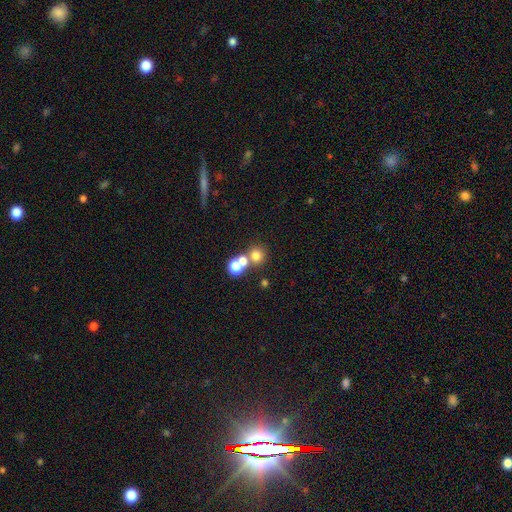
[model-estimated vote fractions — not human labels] Smooth or featured: smooth — 71% (star or artifact — 18%)
How rounded: round — 84% (in between — 15%)
Merging: none — 49% (merger — 41%)